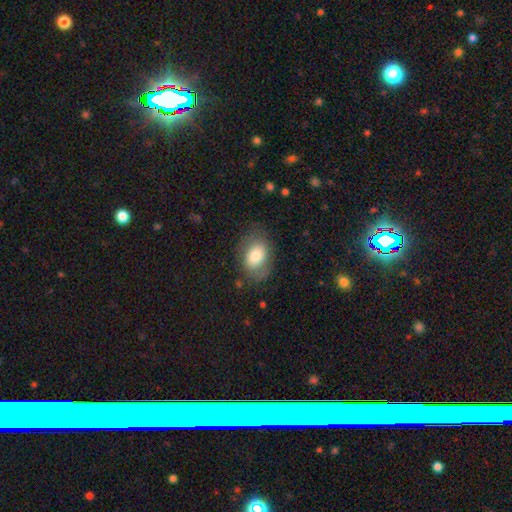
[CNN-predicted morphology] Smooth or featured?
  - smooth: 73% *
  - featured or disk: 20%
  - star or artifact: 7%
How rounded?
  - in between: 79% *
  - round: 20%
  - cigar-shaped: 1%
Merging?
  - none: 69% *
  - minor disturbance: 20%
  - major disturbance: 9%
  - merger: 1%